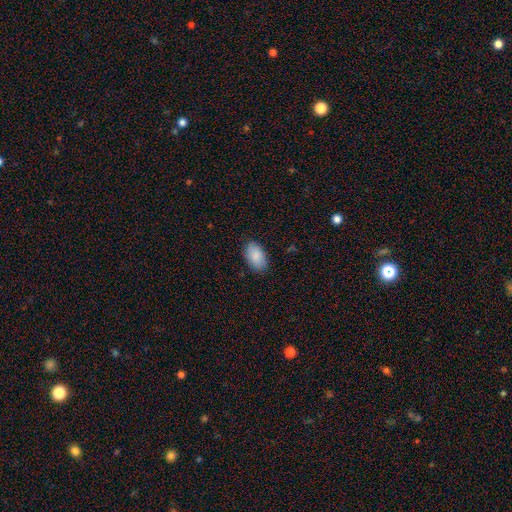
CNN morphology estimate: Smooth or featured: smooth — 88% (star or artifact — 6%)
How rounded: in between — 94% (round — 4%)
Merging: none — 85% (minor disturbance — 11%)